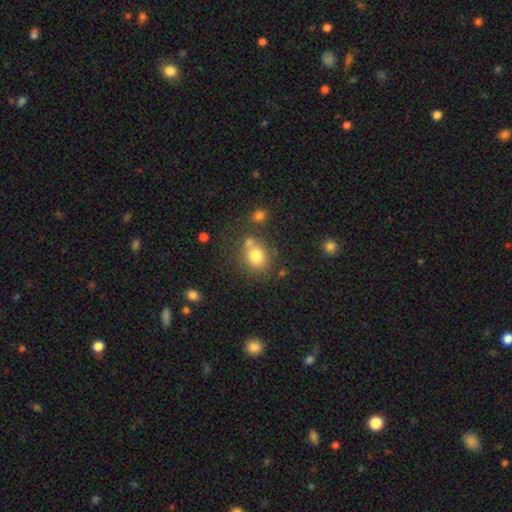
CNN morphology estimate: smooth 77%, featured or disk 12%, star or artifact 11%. Down the decision tree: how rounded — round (58%); merging — none (59%).